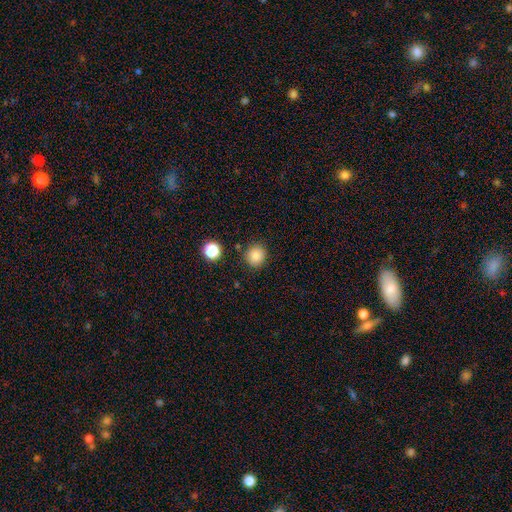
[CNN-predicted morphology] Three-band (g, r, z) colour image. It shows a smooth galaxy with no disk features (84%) that is round (90%). Merging: none (87%).